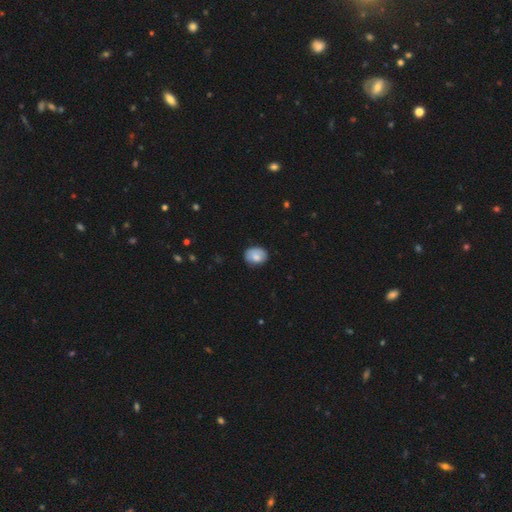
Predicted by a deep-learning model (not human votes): Smooth or featured? Predicted: smooth (p=0.78). How rounded? Predicted: in between (p=0.63). Merging? Predicted: none (p=0.76).